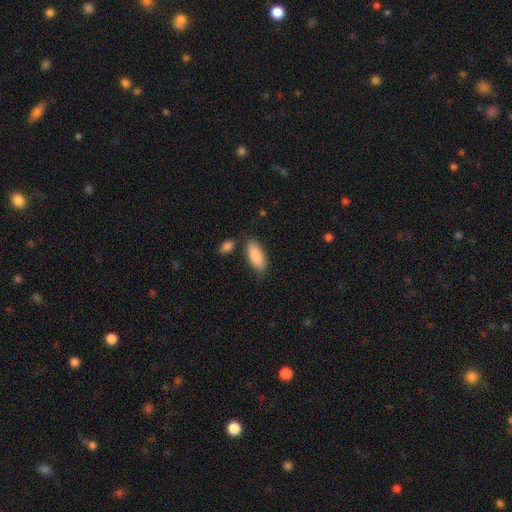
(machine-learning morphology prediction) smooth-or-featured: smooth: 89% | star or artifact: 6% | featured or disk: 5%
  how-rounded: in between: 81% | cigar-shaped: 17% | round: 2%
  merging: none: 79% | minor disturbance: 12% | merger: 5% | major disturbance: 3%